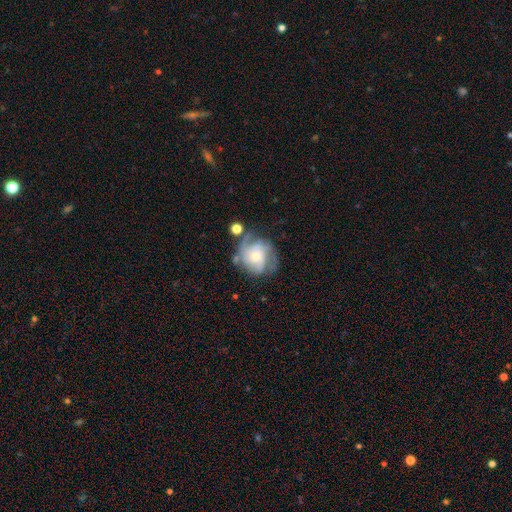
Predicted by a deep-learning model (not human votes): Smooth or featured? featured or disk (77%)
Edge-on disk? no (98%)
Bar? no (73%)
Spiral arms? yes (92%)
Spiral winding? tight (46%)
Spiral arm count? 3 (34%)
Bulge size? small (53%)
Merging? none (57%)